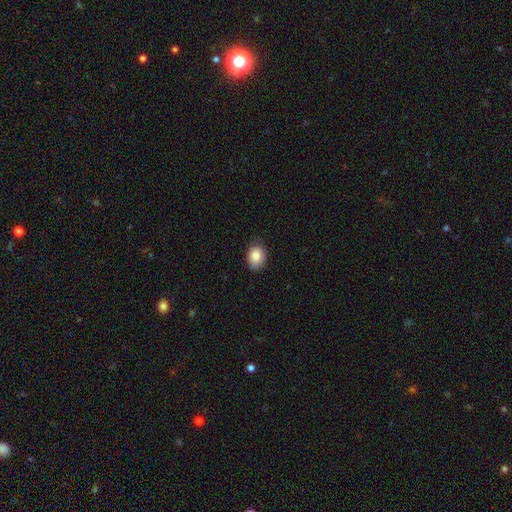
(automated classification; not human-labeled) Smooth or featured? smooth (85%)
How rounded? in between (64%)
Merging? none (79%)